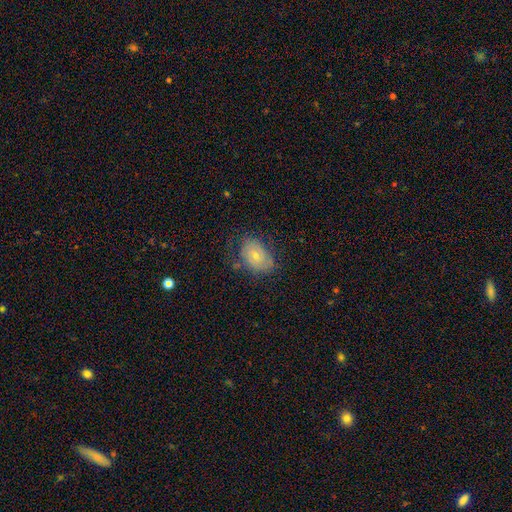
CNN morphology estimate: Smooth or featured? Predicted: smooth (p=0.52). How rounded? Predicted: in between (p=0.78). Merging? Predicted: none (p=0.65).